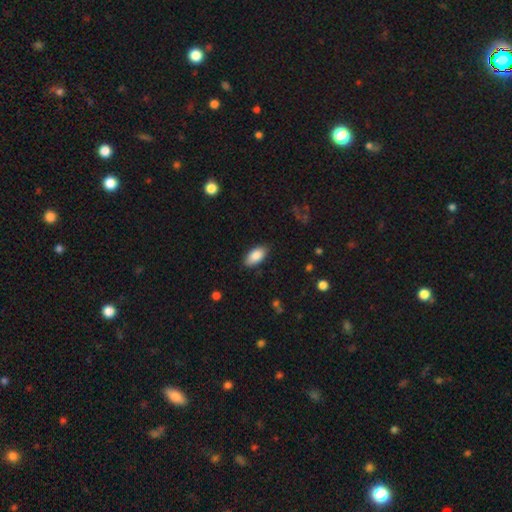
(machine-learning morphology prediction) Smooth or featured? smooth (88%)
How rounded? in between (94%)
Merging? none (85%)